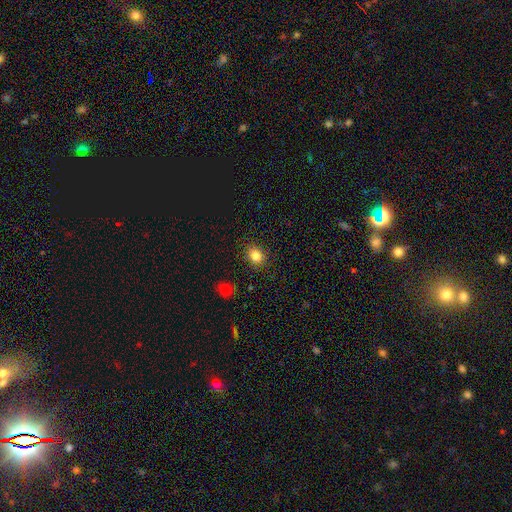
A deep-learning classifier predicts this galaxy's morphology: Smooth or featured? Predicted: smooth (p=0.83). How rounded? Predicted: round (p=0.51). Merging? Predicted: none (p=0.88).